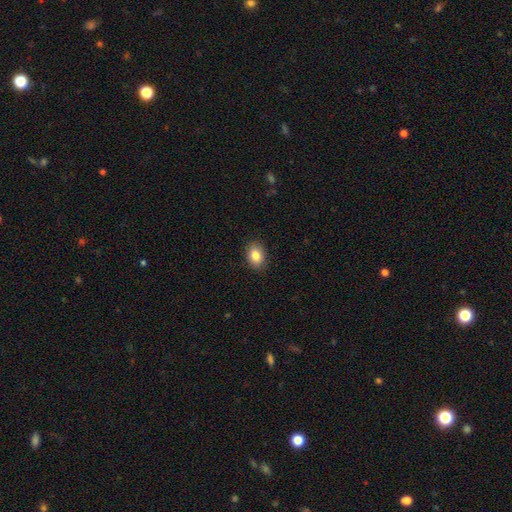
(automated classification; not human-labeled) A smooth galaxy with no disk features (85%) that is in between round and cigar-shaped (78%).

Vote fractions:
- Smooth or featured? smooth: 85% / star or artifact: 8% / featured or disk: 7%
- How rounded? in between: 78% / round: 21% / cigar-shaped: 1%
- Merging? none: 89% / minor disturbance: 8% / major disturbance: 2% / merger: 1%